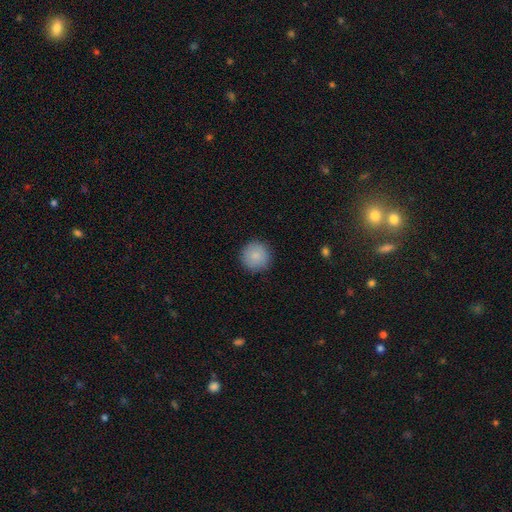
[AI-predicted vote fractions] A smooth galaxy with no disk features (87%) that is round (95%). Merging: none (90%).